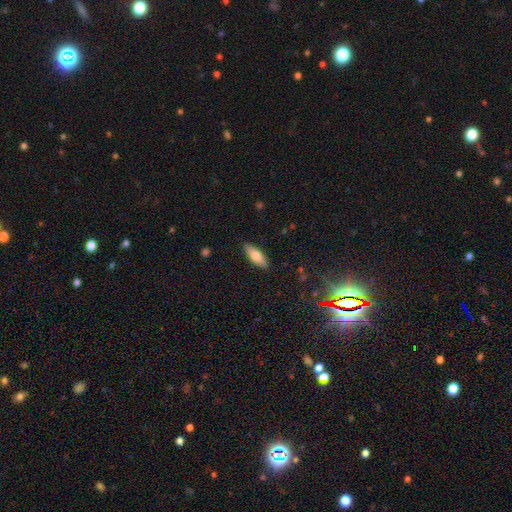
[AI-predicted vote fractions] Smooth or featured: smooth — 74% (featured or disk — 19%)
How rounded: in between — 65% (cigar-shaped — 33%)
Merging: none — 87% (minor disturbance — 10%)